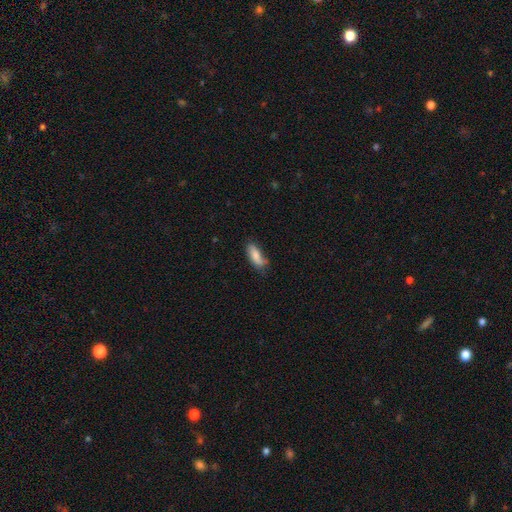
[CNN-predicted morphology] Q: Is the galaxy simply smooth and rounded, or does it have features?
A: smooth — 80%.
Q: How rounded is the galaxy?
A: in between — 69%.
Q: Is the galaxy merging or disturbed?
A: none — 57%.